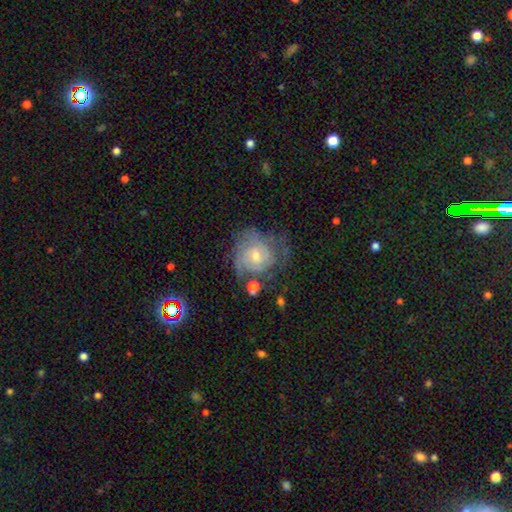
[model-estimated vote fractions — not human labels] Smooth or featured? featured or disk (76%)
Edge-on disk? no (97%)
Bar? no (63%)
Spiral arms? yes (88%)
Spiral winding? tight (68%)
Spiral arm count? can't tell (48%)
Bulge size? moderate (49%)
Merging? none (51%)